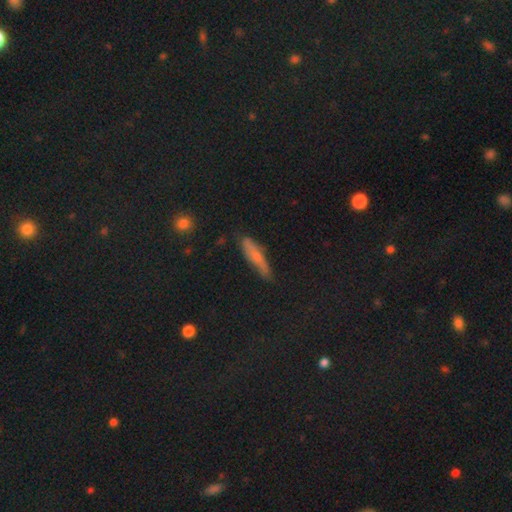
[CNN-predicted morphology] Smooth or featured? Predicted: smooth (p=0.55). How rounded? Predicted: cigar-shaped (p=0.77). Merging? Predicted: none (p=0.71).